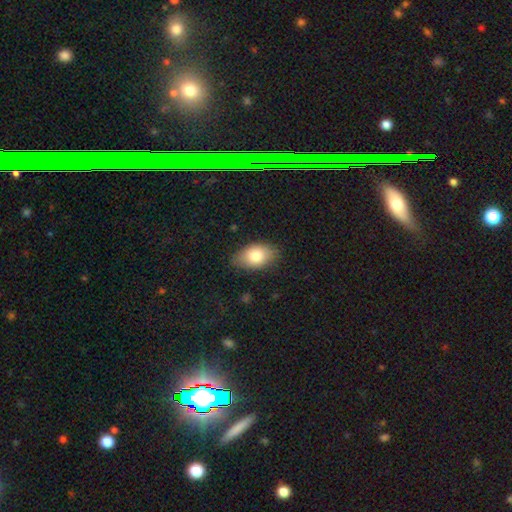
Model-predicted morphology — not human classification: This appears to be a smooth galaxy with no disk features (80%) that is in between round and cigar-shaped (89%). Merging: none (78%).